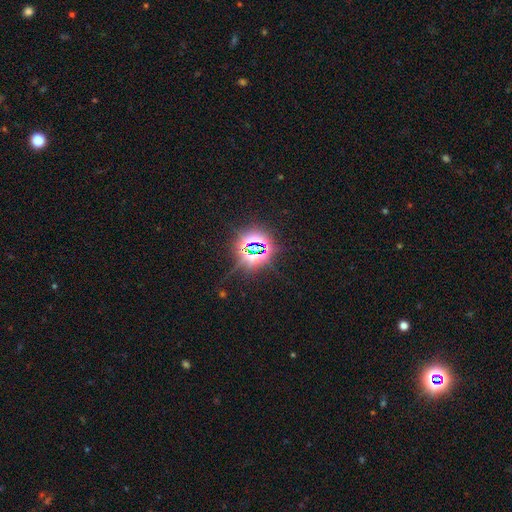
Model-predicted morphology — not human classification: Smooth or featured?
  - star or artifact: 81% *
  - smooth: 11%
  - featured or disk: 7%